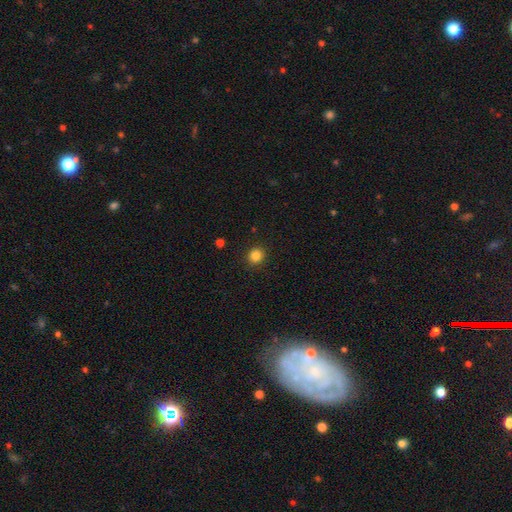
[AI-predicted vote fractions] This appears to be a smooth galaxy with no disk features (83%) that is round (89%). Merging: none (92%).